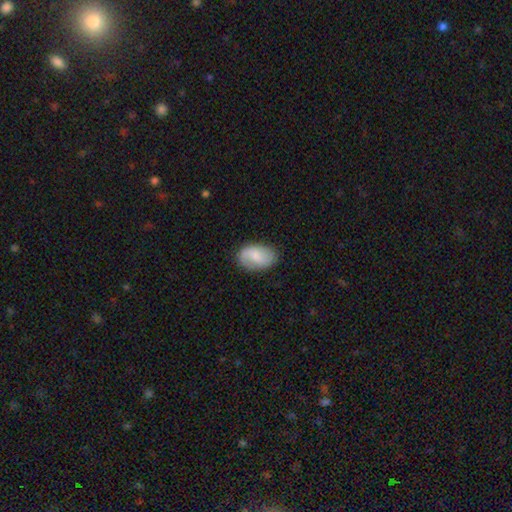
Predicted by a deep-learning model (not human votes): smooth_or_featured: smooth (p=0.57) [alt: featured or disk p=0.36]
how_rounded: in between (p=0.90) [alt: round p=0.09]
merging: none (p=0.78) [alt: minor disturbance p=0.17]